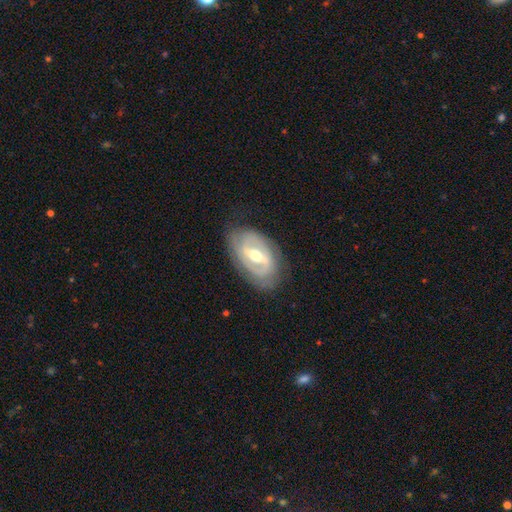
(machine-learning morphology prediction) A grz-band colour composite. It shows a featured or disk galaxy (79%) with a strong bar (50%), 2 (72%) tight (48%) spiral arms (74%) and a moderate central bulge (72%). Merging: none (77%).